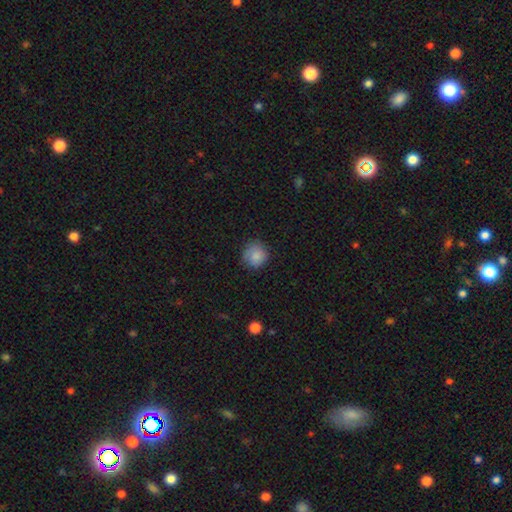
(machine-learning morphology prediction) Q: Smooth or featured?
A: smooth (85%); runner-up: star or artifact (8%)
Q: How rounded?
A: round (90%); runner-up: in between (9%)
Q: Merging?
A: none (80%); runner-up: minor disturbance (16%)